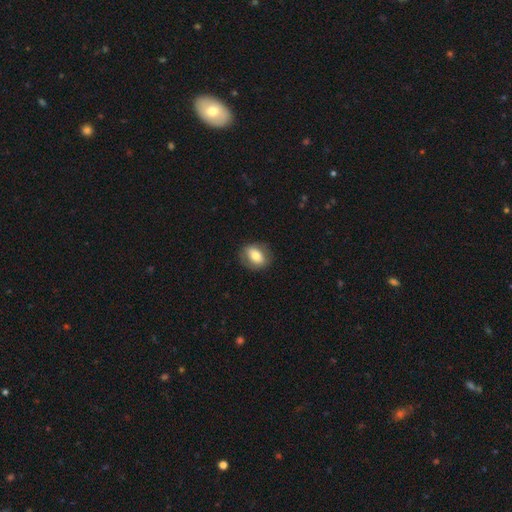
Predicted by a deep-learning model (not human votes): A smooth galaxy with no disk features (69%) that is in between round and cigar-shaped (72%).

Vote fractions:
- Smooth or featured? smooth: 69% / featured or disk: 24% / star or artifact: 8%
- How rounded? in between: 72% / round: 26% / cigar-shaped: 2%
- Merging? none: 80% / minor disturbance: 14% / major disturbance: 5% / merger: 1%